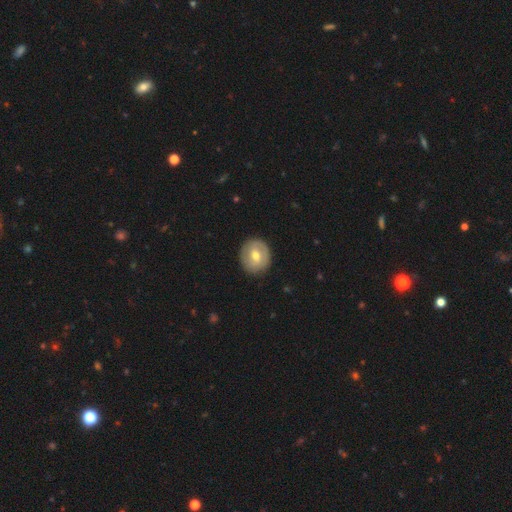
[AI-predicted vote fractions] A featured or disk galaxy (47%, tied with smooth). Merging: none (86%).